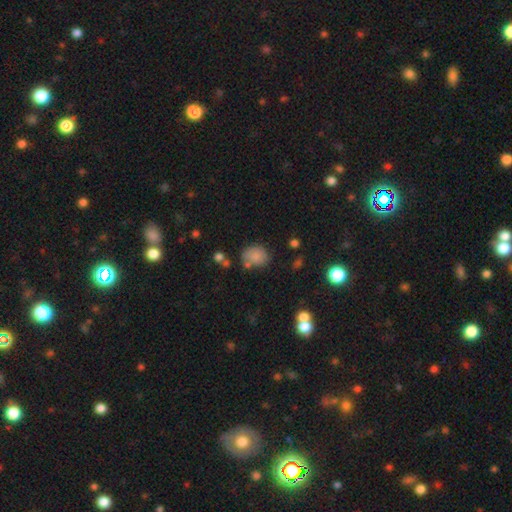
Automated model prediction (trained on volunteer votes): smooth-or-featured: smooth: 78% | star or artifact: 11% | featured or disk: 11%
  how-rounded: round: 52% | in between: 47% | cigar-shaped: 1%
  merging: none: 61% | minor disturbance: 21% | merger: 12% | major disturbance: 7%